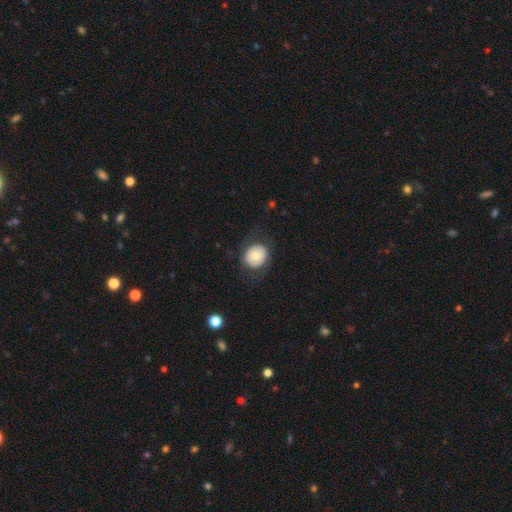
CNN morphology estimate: smooth_or_featured: smooth (p=0.62) [alt: featured or disk p=0.31]
how_rounded: round (p=0.78) [alt: in between p=0.21]
merging: none (p=0.77) [alt: minor disturbance p=0.13]